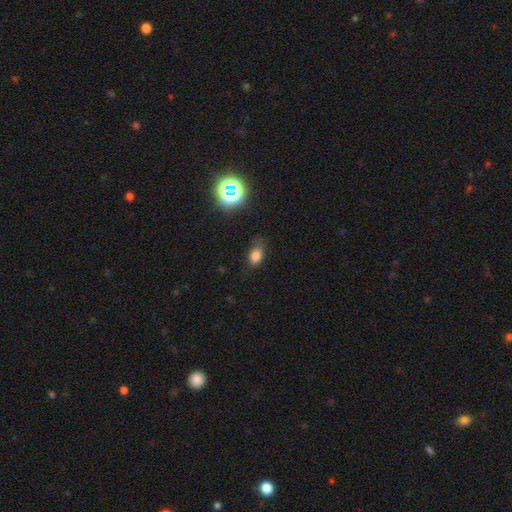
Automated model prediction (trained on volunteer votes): Morphology: type=smooth (77%); roundness=in between (83%); merging=none (71%).